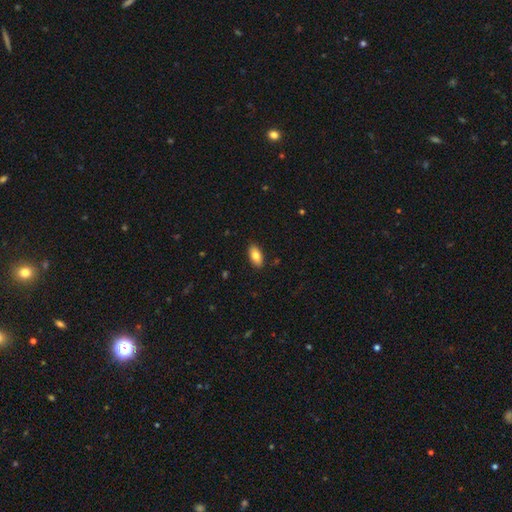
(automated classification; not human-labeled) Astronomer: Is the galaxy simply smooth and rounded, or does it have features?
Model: smooth — 79%.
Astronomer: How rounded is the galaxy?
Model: in between — 90%.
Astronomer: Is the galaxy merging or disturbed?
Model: none — 89%.